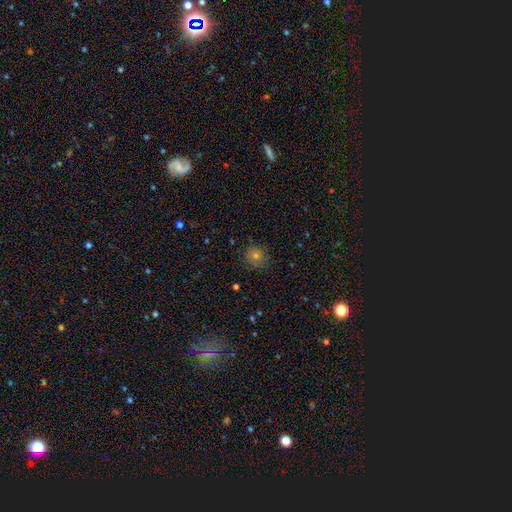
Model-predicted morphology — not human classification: A smooth galaxy with no disk features (60%) that is round (91%).

Vote fractions:
- Smooth or featured? smooth: 60% / star or artifact: 24% / featured or disk: 16%
- How rounded? round: 91% / in between: 8% / cigar-shaped: 1%
- Merging? none: 84% / minor disturbance: 11% / major disturbance: 4% / merger: 1%